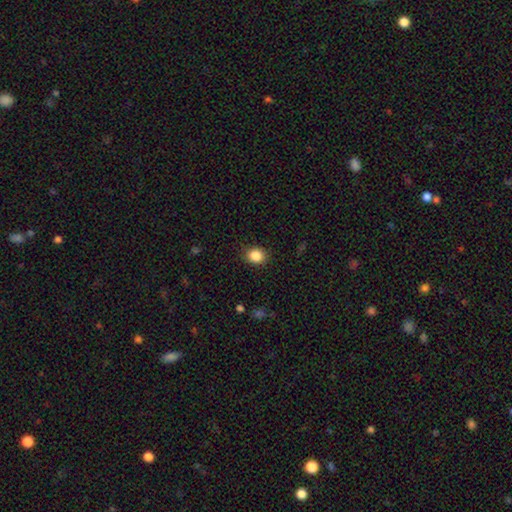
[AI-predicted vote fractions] A smooth galaxy with no disk features (86%) that is round (67%). Merging: none (87%).